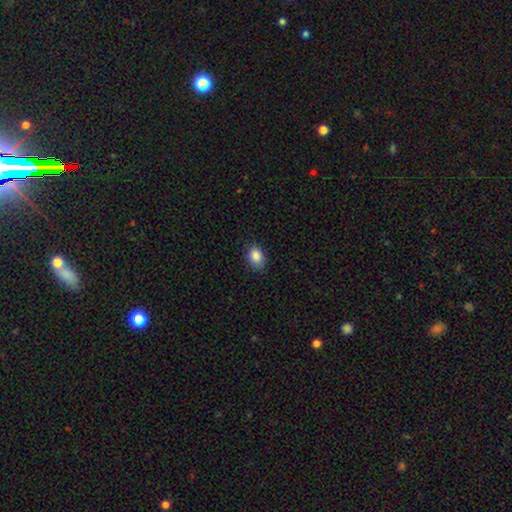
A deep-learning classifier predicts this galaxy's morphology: smooth 87%, star or artifact 9%, featured or disk 4%. Down the decision tree: how rounded — in between (73%); merging — none (83%).